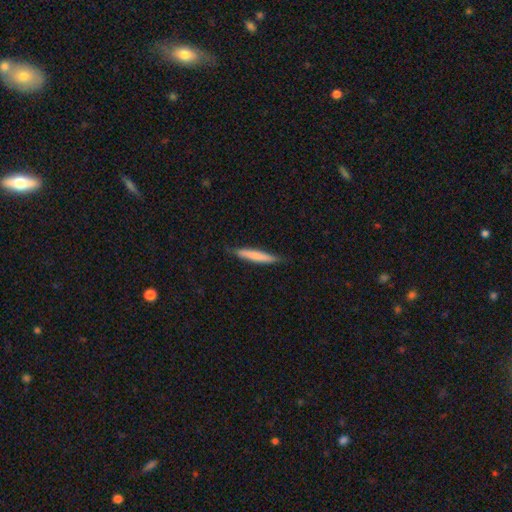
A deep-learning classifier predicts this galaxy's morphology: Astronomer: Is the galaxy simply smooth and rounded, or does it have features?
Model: smooth — 72%.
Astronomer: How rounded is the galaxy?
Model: cigar-shaped — 94%.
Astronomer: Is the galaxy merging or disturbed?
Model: none — 82%.